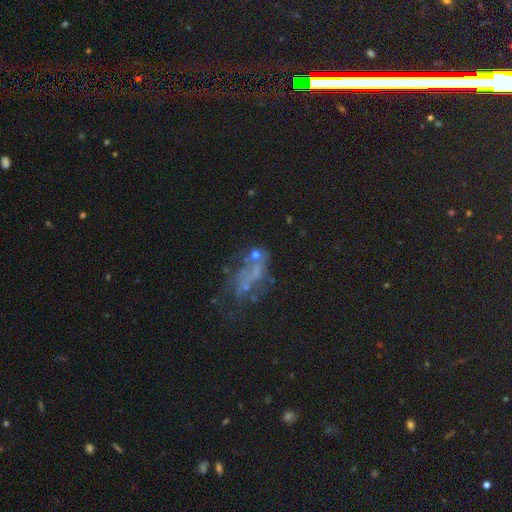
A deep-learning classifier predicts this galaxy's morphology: Smooth or featured: featured or disk — 42% (smooth — 34%)
Merging: none — 37% (major disturbance — 32%)